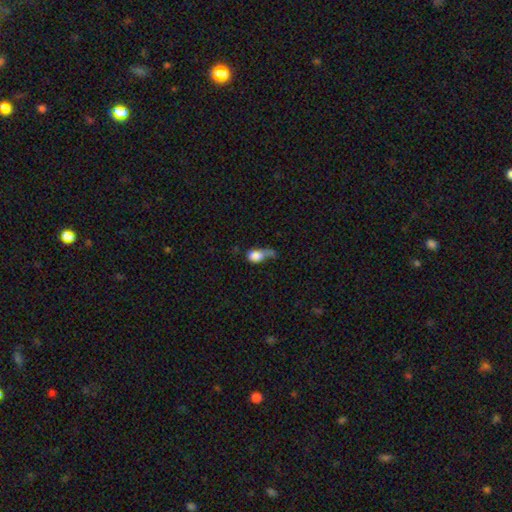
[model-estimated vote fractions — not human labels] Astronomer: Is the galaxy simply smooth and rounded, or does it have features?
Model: smooth — 78%.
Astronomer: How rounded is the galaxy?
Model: in between — 64%.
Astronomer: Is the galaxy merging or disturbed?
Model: major disturbance — 40% (runner-up: minor disturbance, 24%).